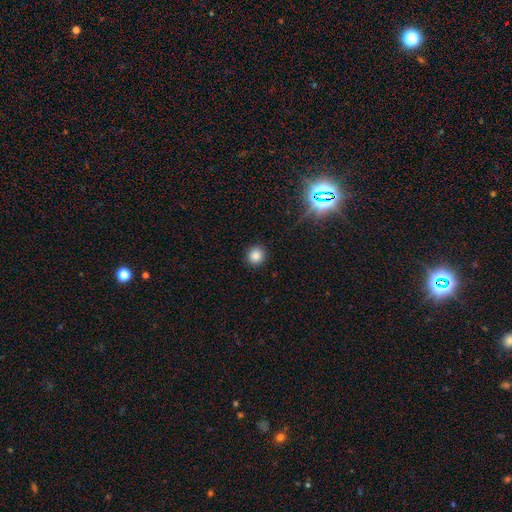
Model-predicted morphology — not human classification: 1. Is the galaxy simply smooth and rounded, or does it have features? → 83% smooth, 13% star or artifact, 4% featured or disk.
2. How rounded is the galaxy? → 93% round, 6% in between, 1% cigar-shaped.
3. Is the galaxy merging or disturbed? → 91% none, 5% minor disturbance, 2% major disturbance, 1% merger.